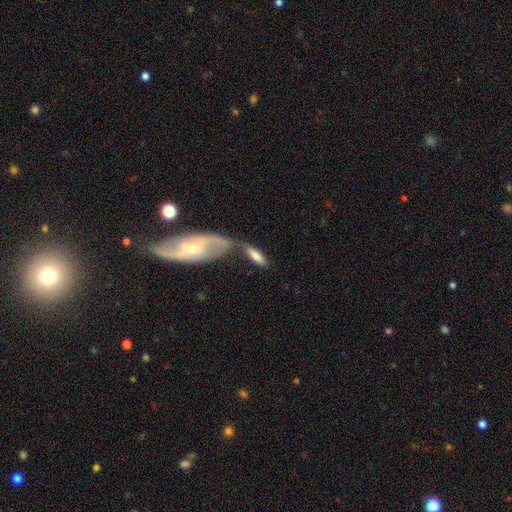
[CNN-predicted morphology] smooth_or_featured: smooth (p=0.68) [alt: featured or disk p=0.25]
how_rounded: in between (p=0.54) [alt: cigar-shaped p=0.43]
merging: merger (p=0.51) [alt: none p=0.28]